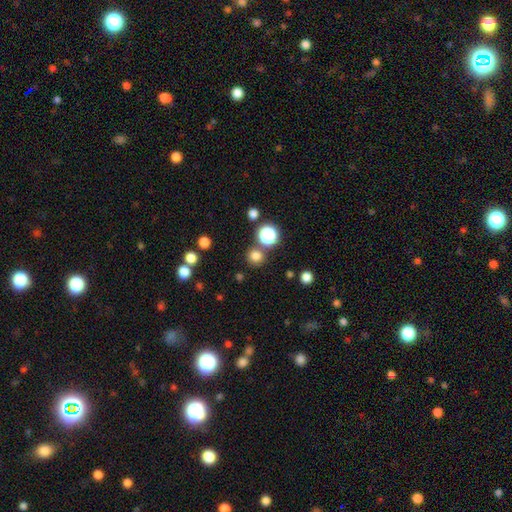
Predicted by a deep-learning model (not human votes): This is likely a smooth galaxy (77%). How rounded: clearly round (93%). Merging: clearly none (81%).